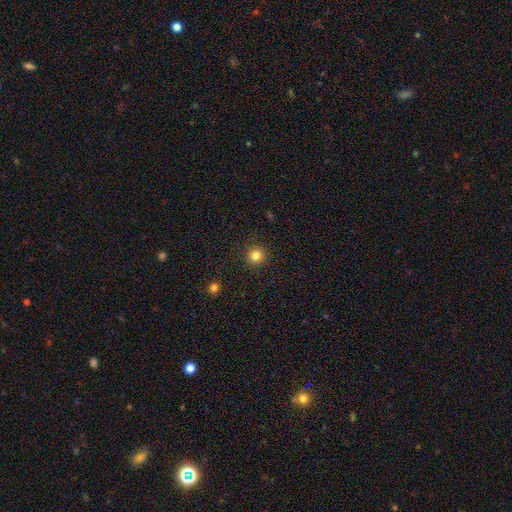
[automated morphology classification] Smooth or featured? Predicted: smooth (p=0.83). How rounded? Predicted: round (p=0.95). Merging? Predicted: none (p=0.92).